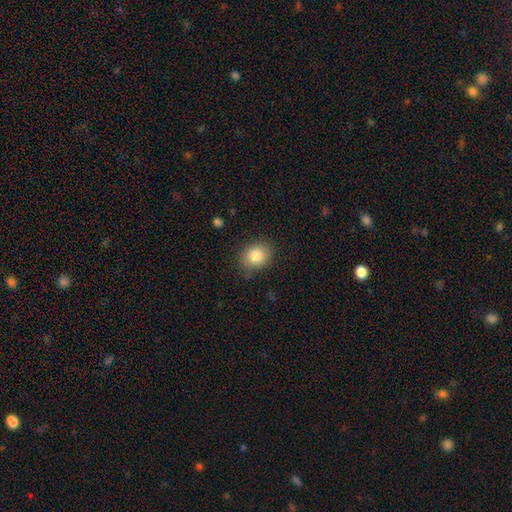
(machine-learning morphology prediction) A smooth galaxy with no disk features (85%) that is round (58%). Merging: none (83%).